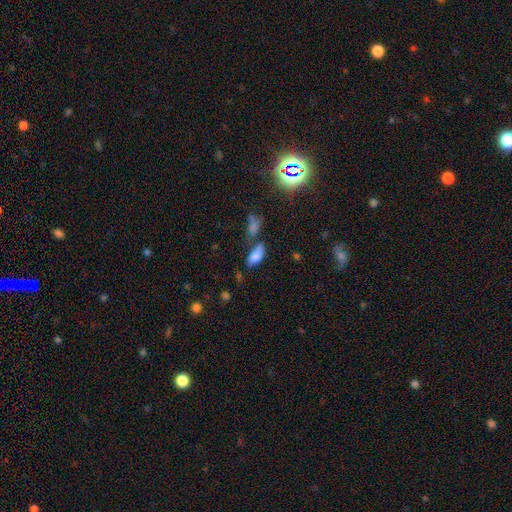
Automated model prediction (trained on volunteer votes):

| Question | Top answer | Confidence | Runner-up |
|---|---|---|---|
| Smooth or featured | smooth | 78% | featured or disk (12%) |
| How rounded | in between | 86% | cigar-shaped (11%) |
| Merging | none | 51% | merger (24%) |